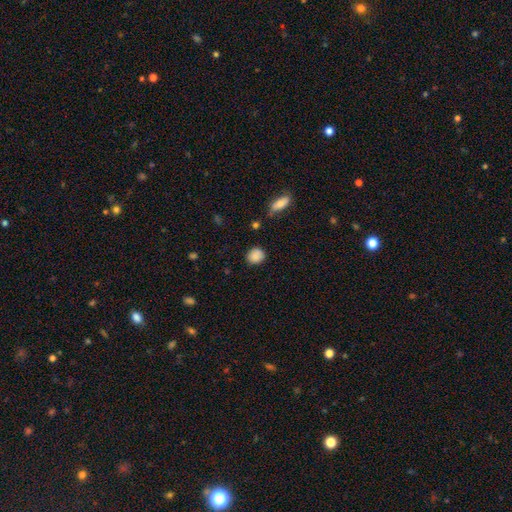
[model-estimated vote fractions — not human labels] Smooth or featured? smooth (86%)
How rounded? round (74%)
Merging? none (80%)